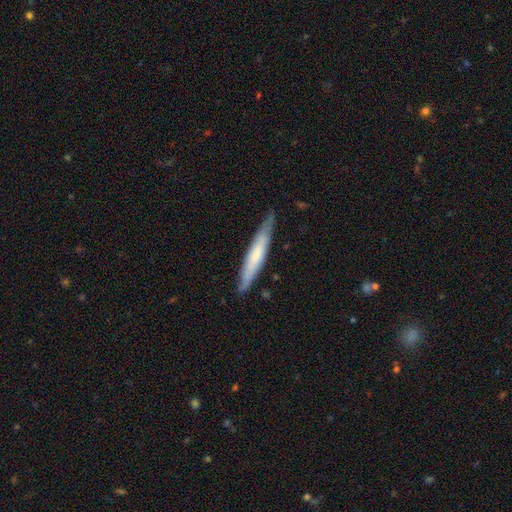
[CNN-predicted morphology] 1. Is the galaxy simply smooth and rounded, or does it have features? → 52% smooth, 42% featured or disk, 5% star or artifact.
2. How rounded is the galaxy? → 93% cigar-shaped, 6% in between, 1% round.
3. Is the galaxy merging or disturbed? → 82% none, 15% minor disturbance, 2% major disturbance, 1% merger.